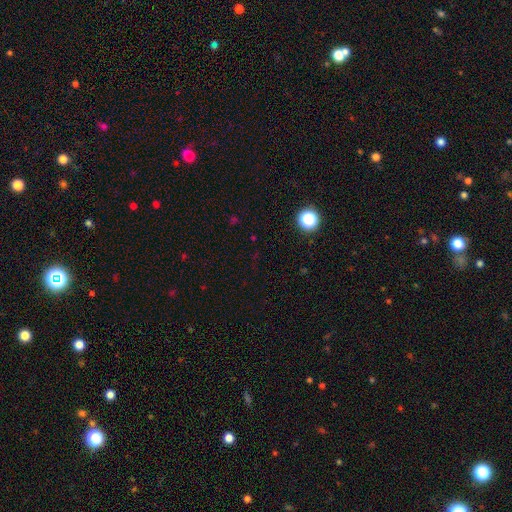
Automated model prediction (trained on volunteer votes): Smooth or featured? star or artifact (65%)